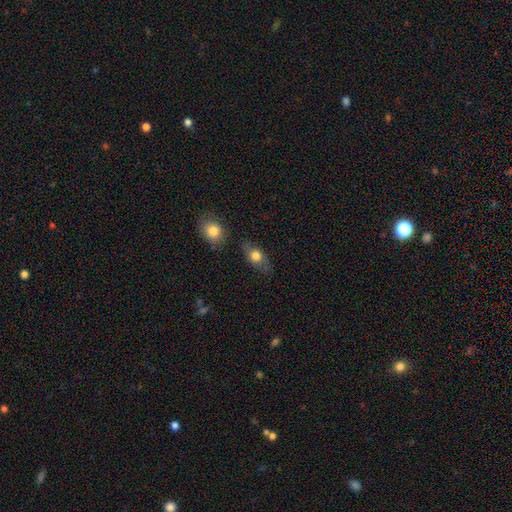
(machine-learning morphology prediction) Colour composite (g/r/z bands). It shows a smooth galaxy with no disk features (71%) that is in between round and cigar-shaped (74%). Merging: none (78%).